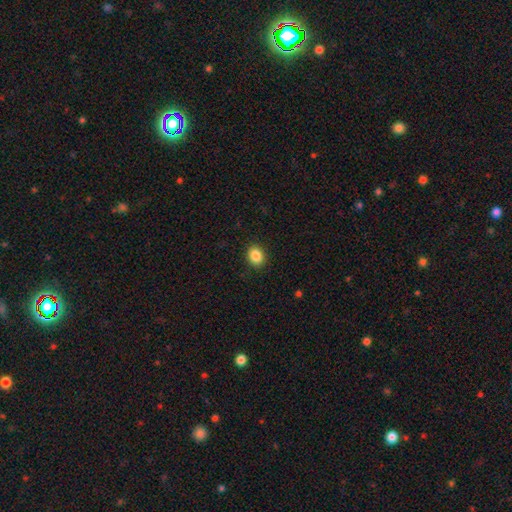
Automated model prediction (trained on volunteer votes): smooth 87%, star or artifact 9%, featured or disk 4%. Down the decision tree: how rounded — round (52%); merging — none (90%).